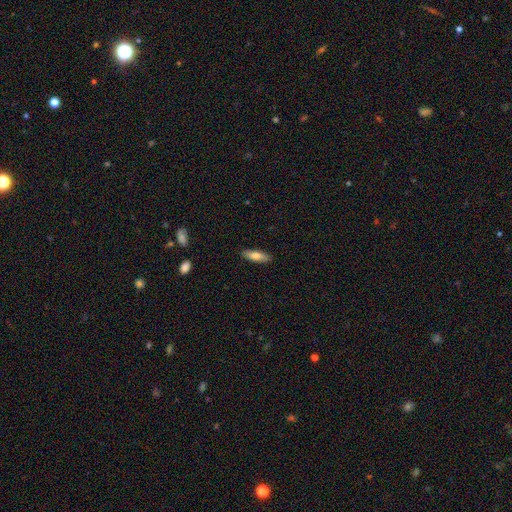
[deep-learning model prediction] Smooth or featured?
  - smooth: 74% *
  - featured or disk: 20%
  - star or artifact: 6%
How rounded?
  - in between: 50% *
  - cigar-shaped: 48%
  - round: 2%
Merging?
  - none: 88% *
  - minor disturbance: 9%
  - major disturbance: 2%
  - merger: 1%